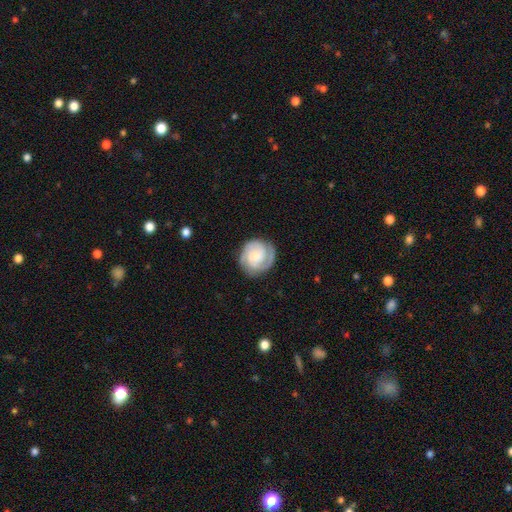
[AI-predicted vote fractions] featured or disk 71%, smooth 23%, star or artifact 6%. Down the decision tree: edge-on disk — no (98%); bar — no (70%); spiral arms — yes (95%); spiral arm count — 2 (47%); spiral winding — tight (62%); bulge size — small (46%); merging — none (77%).